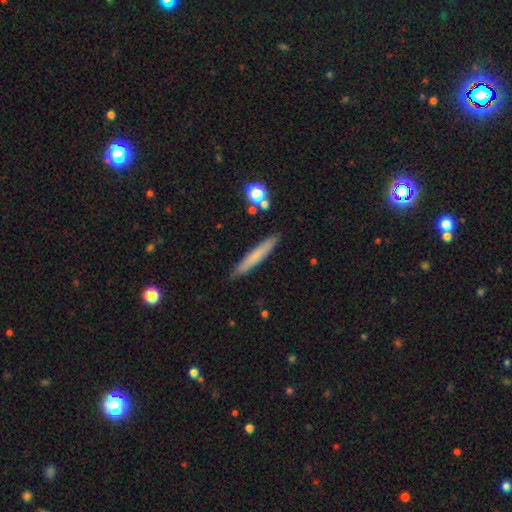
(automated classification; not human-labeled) smooth-or-featured: smooth: 69% | featured or disk: 25% | star or artifact: 7%
  how-rounded: cigar-shaped: 95% | in between: 3% | round: 1%
  merging: none: 89% | minor disturbance: 8% | merger: 2% | major disturbance: 2%